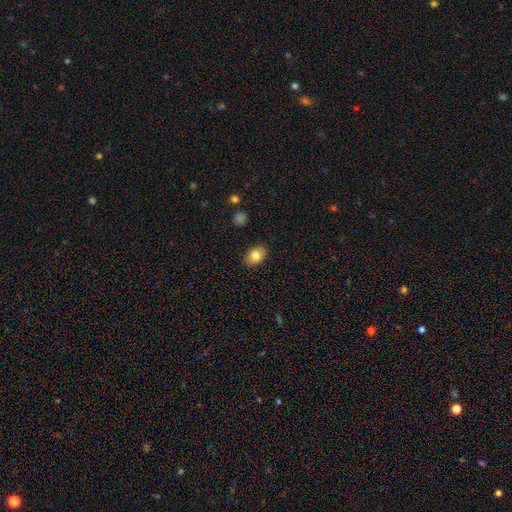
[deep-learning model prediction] Smooth or featured: smooth — 81% (featured or disk — 11%)
How rounded: in between — 80% (round — 19%)
Merging: none — 88% (minor disturbance — 9%)